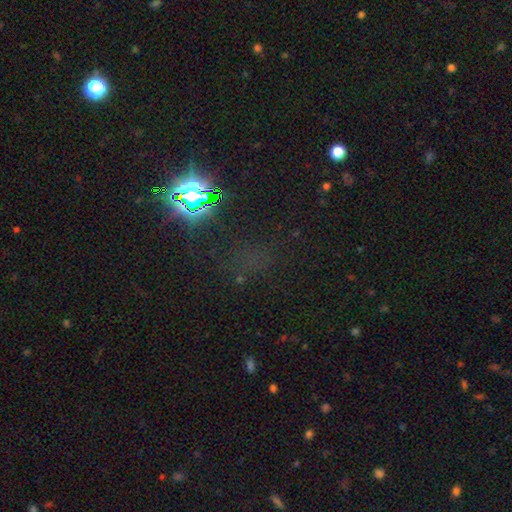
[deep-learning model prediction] The model was most divided on "smooth or featured": star or artifact: 70%, smooth: 21%, featured or disk: 9%.